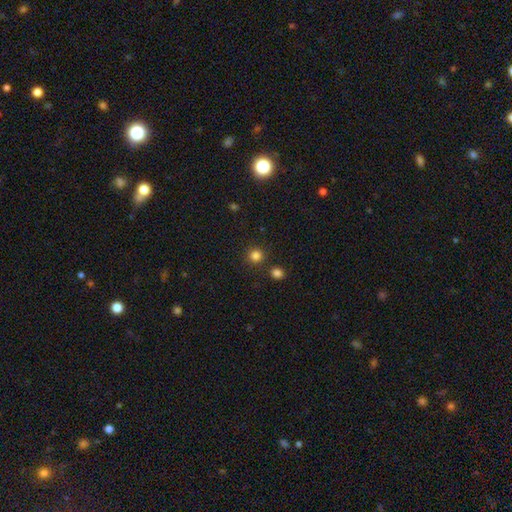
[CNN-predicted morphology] A smooth galaxy with no disk features (82%) that is round (93%).

Vote fractions:
- Smooth or featured? smooth: 82% / star or artifact: 14% / featured or disk: 4%
- How rounded? round: 93% / in between: 6% / cigar-shaped: 1%
- Merging? none: 85% / minor disturbance: 6% / merger: 6% / major disturbance: 2%